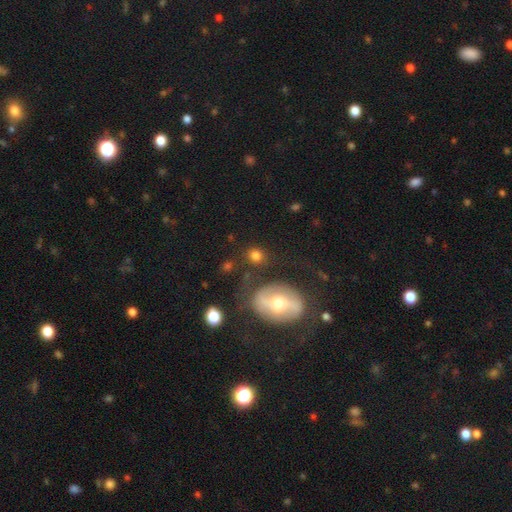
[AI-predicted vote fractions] The model was most divided on "smooth or featured": smooth: 71%, featured or disk: 17%, star or artifact: 12%. More confident: how rounded — round (77%); merging — none (75%).